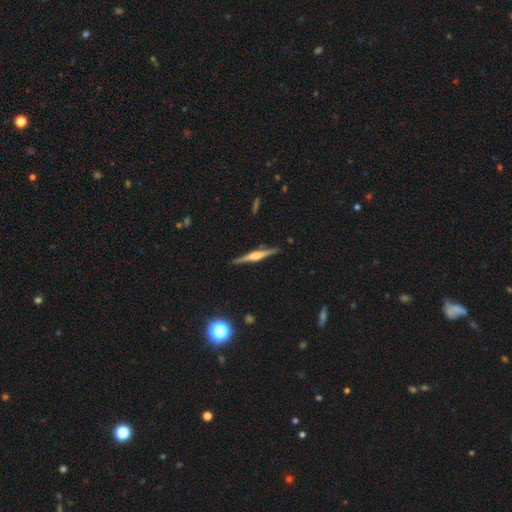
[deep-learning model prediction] Smooth or featured: featured or disk — 77% (smooth — 17%)
Edge-on disk: yes — 98% (no — 2%)
Edge-on bulge: rounded — 78% (boxy — 16%)
Merging: none — 90% (minor disturbance — 7%)